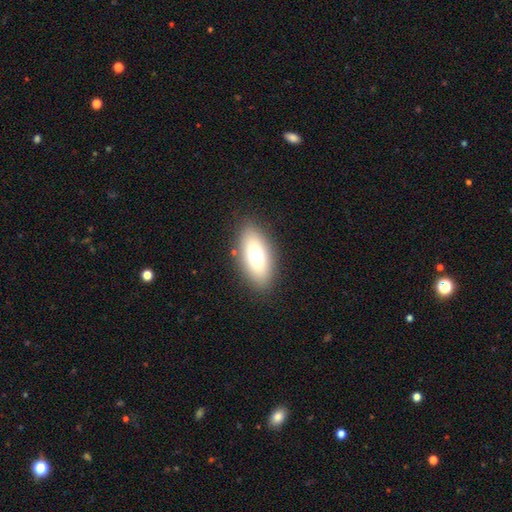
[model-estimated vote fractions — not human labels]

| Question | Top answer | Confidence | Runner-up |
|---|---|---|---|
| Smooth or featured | smooth | 75% | featured or disk (17%) |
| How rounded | in between | 85% | cigar-shaped (12%) |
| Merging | none | 86% | minor disturbance (9%) |